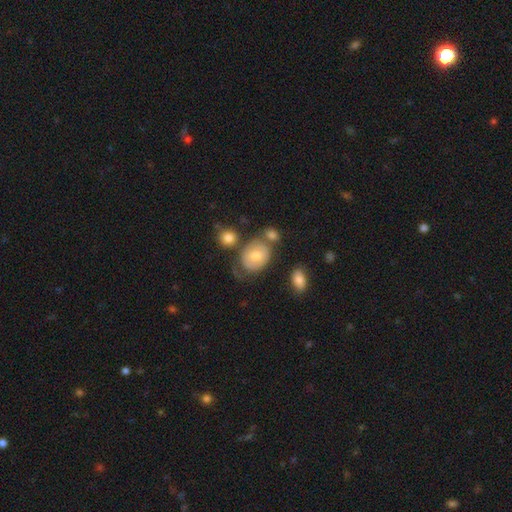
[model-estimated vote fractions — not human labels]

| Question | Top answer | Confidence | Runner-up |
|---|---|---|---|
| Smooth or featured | smooth | 59% | featured or disk (31%) |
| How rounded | in between | 56% | round (43%) |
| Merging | none | 50% | minor disturbance (22%) |